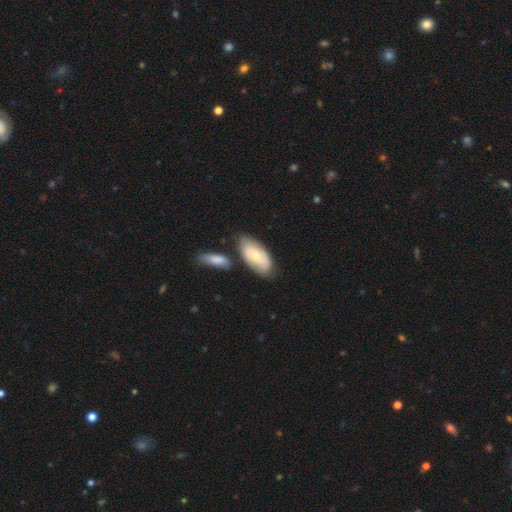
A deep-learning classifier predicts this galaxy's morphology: This appears to be a smooth galaxy with no disk features (61%) that is in between round and cigar-shaped (91%). Merging: none (62%).